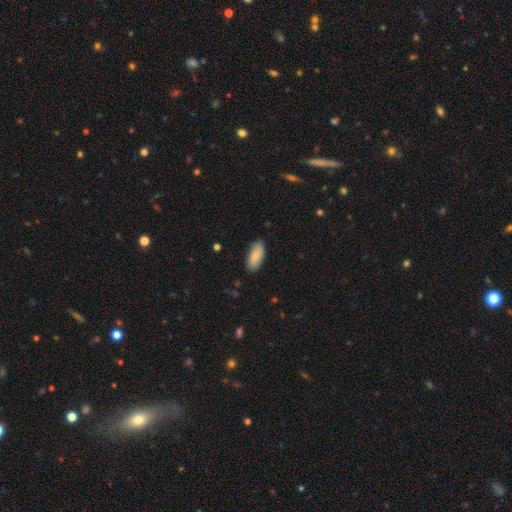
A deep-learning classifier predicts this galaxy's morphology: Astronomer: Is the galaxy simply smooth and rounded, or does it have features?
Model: smooth — 81%.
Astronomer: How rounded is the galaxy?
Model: in between — 89%.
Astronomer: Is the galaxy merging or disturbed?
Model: none — 85%.